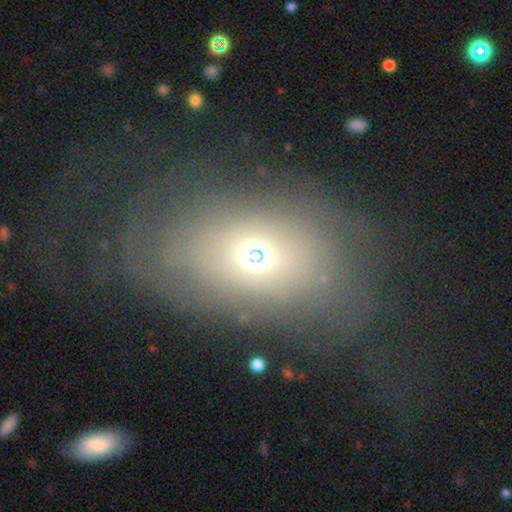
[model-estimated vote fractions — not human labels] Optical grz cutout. It shows a featured or disk galaxy (43%, tied with smooth). Merging: none (50%).